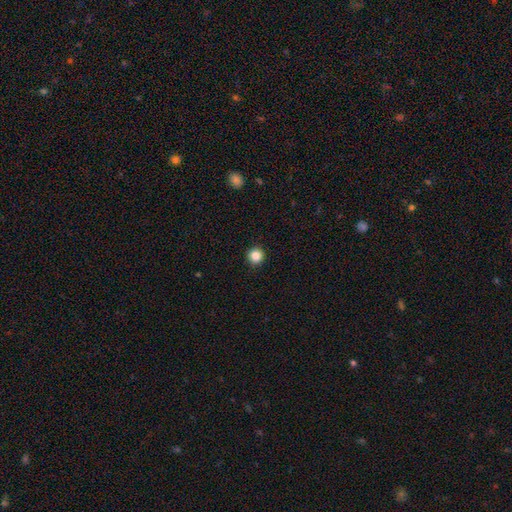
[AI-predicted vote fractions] This appears to be a smooth galaxy with no disk features (86%) that is round (95%). Merging: none (93%).